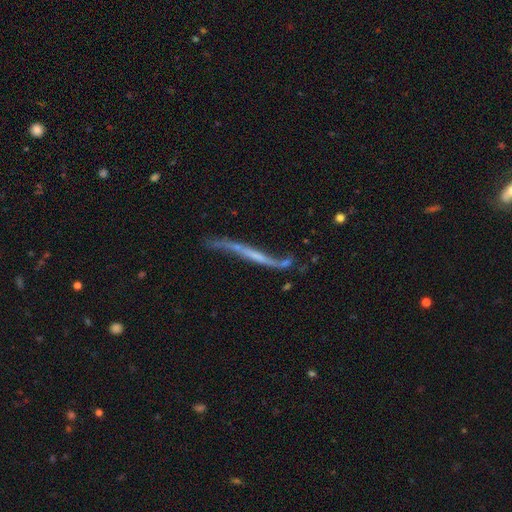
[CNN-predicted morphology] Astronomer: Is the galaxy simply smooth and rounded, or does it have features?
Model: featured or disk — 73%.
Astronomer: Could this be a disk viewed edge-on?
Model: yes — 59% (runner-up: no, 41%).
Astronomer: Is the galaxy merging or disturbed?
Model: none — 41% (runner-up: minor disturbance, 24%).